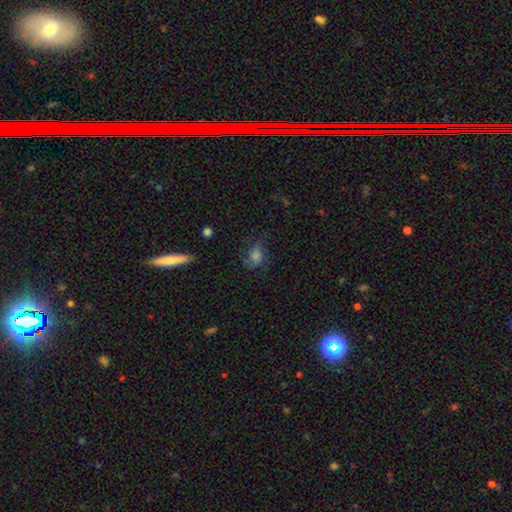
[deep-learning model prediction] Smooth or featured? smooth (46%)
Merging? none (60%)